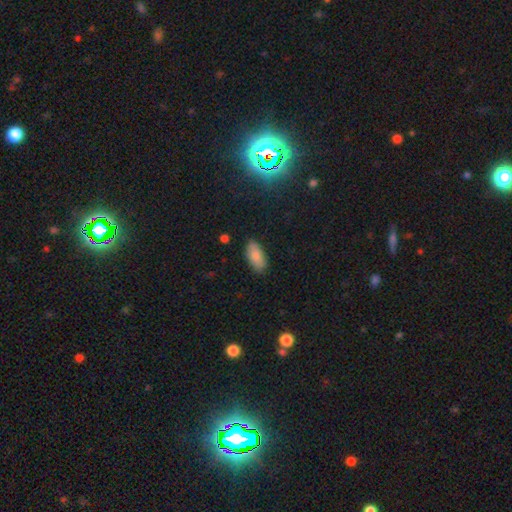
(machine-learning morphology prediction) smooth-or-featured: smooth: 86% | featured or disk: 7% | star or artifact: 7%
  how-rounded: in between: 91% | cigar-shaped: 7% | round: 2%
  merging: none: 86% | minor disturbance: 11% | major disturbance: 2% | merger: 1%